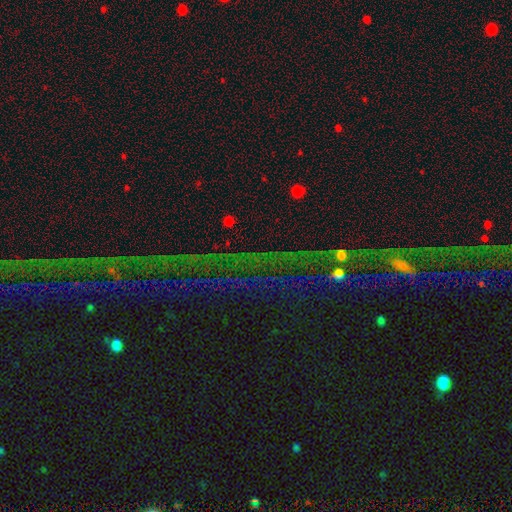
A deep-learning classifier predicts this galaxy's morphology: smooth-or-featured: star or artifact: 78% | featured or disk: 11% | smooth: 11%